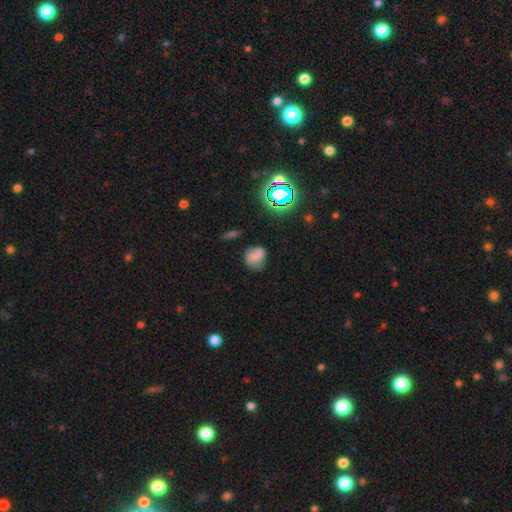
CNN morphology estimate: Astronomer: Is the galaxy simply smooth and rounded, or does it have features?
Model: smooth — 61%.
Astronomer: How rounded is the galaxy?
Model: round — 65%.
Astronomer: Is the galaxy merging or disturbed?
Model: none — 59%.